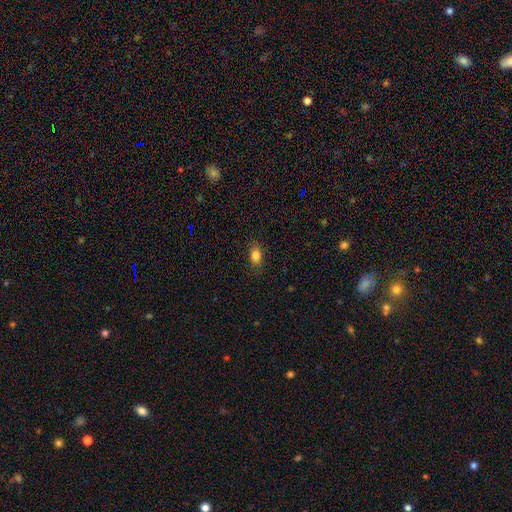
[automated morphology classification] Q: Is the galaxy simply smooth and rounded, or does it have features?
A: smooth — 84%.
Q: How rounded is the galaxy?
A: in between — 85%.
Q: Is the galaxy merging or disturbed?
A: none — 84%.